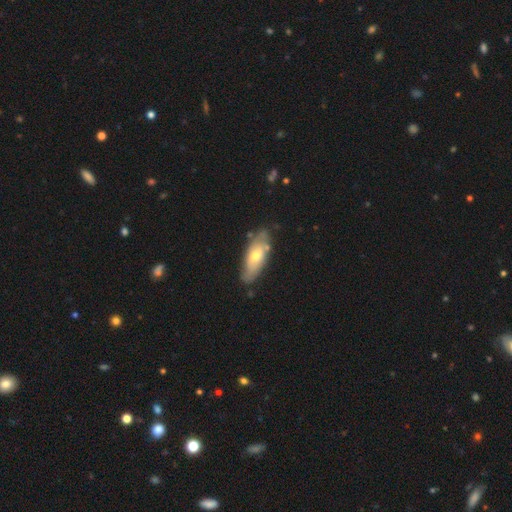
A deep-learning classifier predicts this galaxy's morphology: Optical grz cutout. It shows a featured or disk galaxy (47%, tied with smooth). Merging: none (71%).